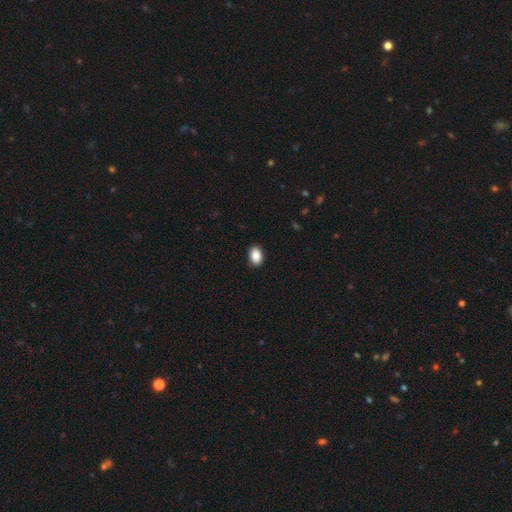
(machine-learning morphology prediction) smooth-or-featured: smooth: 88% | star or artifact: 8% | featured or disk: 4%
  how-rounded: in between: 86% | round: 12% | cigar-shaped: 1%
  merging: none: 90% | minor disturbance: 7% | major disturbance: 2% | merger: 1%